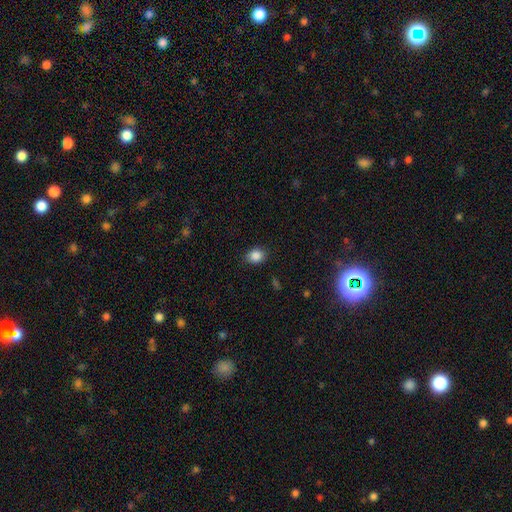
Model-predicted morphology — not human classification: type=smooth (87%); roundness=round (54%); merging=none (85%).